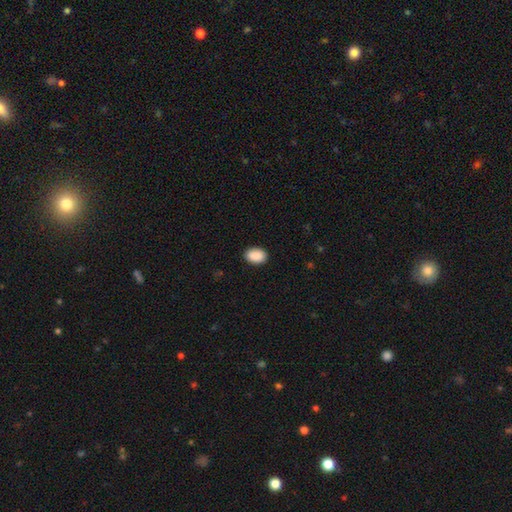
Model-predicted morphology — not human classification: smooth_or_featured: smooth (p=0.91) [alt: star or artifact p=0.07]
how_rounded: in between (p=0.86) [alt: round p=0.12]
merging: none (p=0.90) [alt: minor disturbance p=0.08]